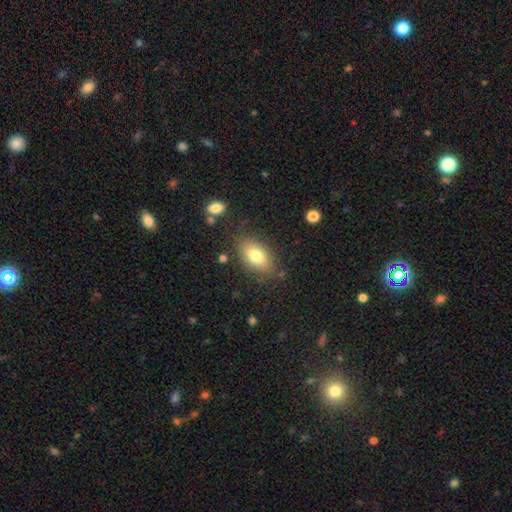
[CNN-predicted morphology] smooth-or-featured: smooth: 77% | featured or disk: 14% | star or artifact: 9%
  how-rounded: in between: 87% | round: 10% | cigar-shaped: 2%
  merging: none: 80% | minor disturbance: 13% | major disturbance: 4% | merger: 2%